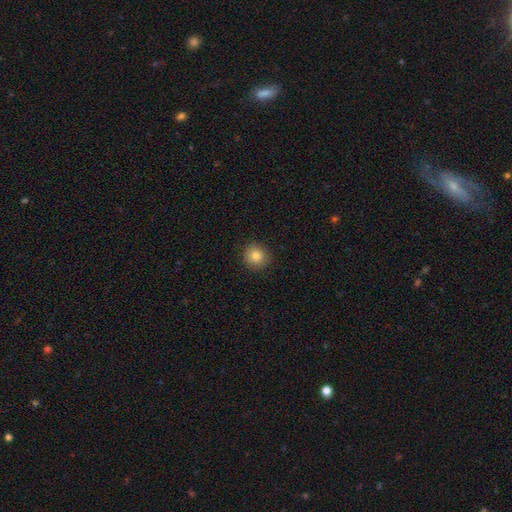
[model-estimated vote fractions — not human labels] smooth-or-featured: smooth: 82% | star or artifact: 11% | featured or disk: 7%
  how-rounded: round: 93% | in between: 6% | cigar-shaped: 1%
  merging: none: 90% | minor disturbance: 7% | major disturbance: 2% | merger: 1%